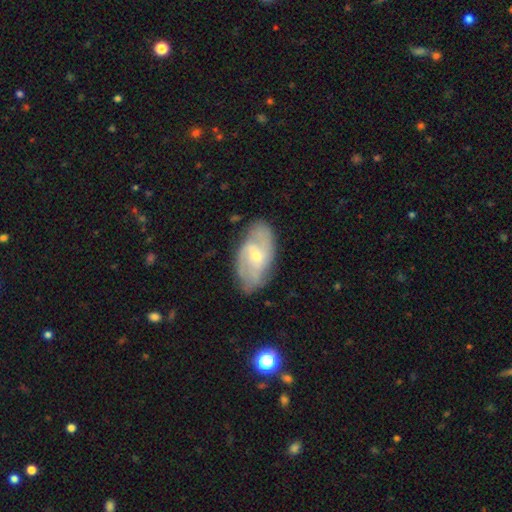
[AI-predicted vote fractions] A featured or disk galaxy (76%) with a weak bar (45%), 2 (57%) medium (45%) spiral arms (89%) and a small central bulge (61%). Merging: none (76%).